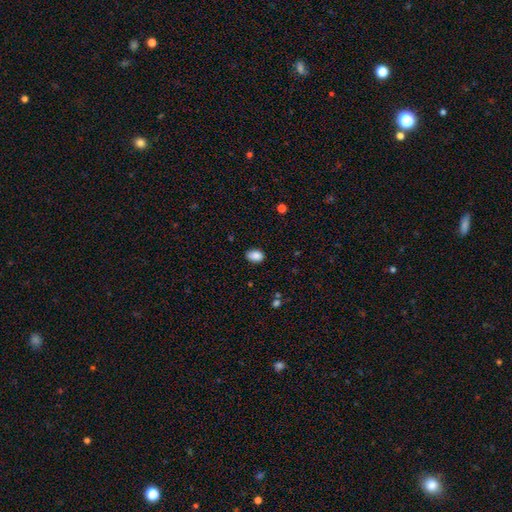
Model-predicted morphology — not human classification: Smooth or featured? Predicted: smooth (p=0.89). How rounded? Predicted: in between (p=0.86). Merging? Predicted: none (p=0.84).